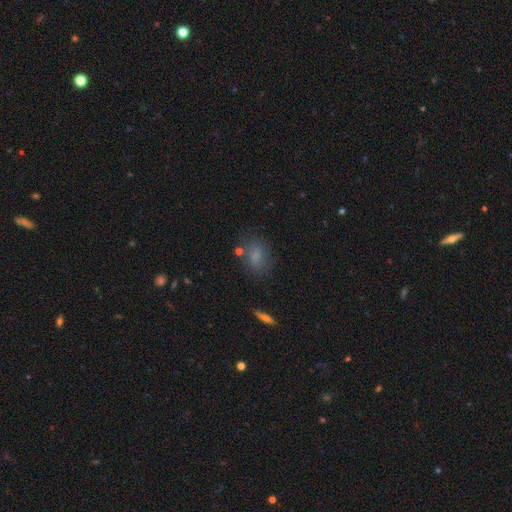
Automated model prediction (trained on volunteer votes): smooth 75%, star or artifact 13%, featured or disk 11%. Down the decision tree: how rounded — in between (67%); merging — none (73%).